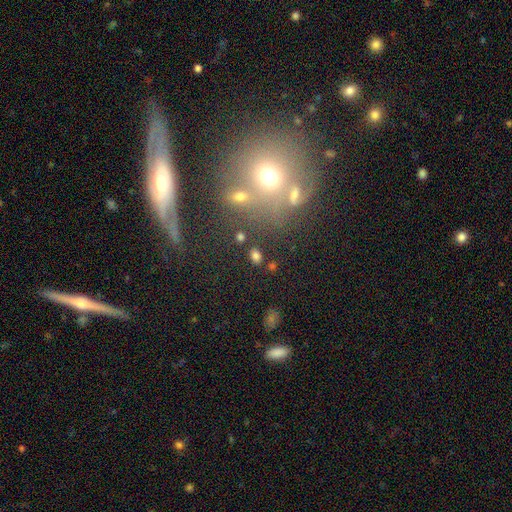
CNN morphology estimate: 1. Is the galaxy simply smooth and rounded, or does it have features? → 77% smooth, 16% star or artifact, 7% featured or disk.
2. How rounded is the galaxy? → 74% in between, 24% round, 2% cigar-shaped.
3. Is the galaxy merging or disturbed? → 80% none, 10% minor disturbance, 6% merger, 4% major disturbance.